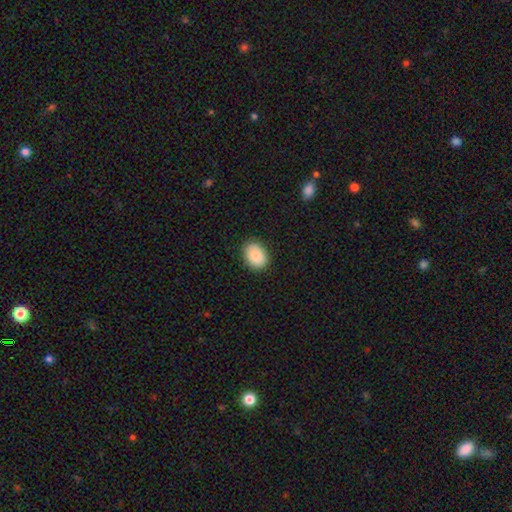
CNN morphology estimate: Smooth or featured? Predicted: smooth (p=0.88). How rounded? Predicted: in between (p=0.72). Merging? Predicted: none (p=0.87).